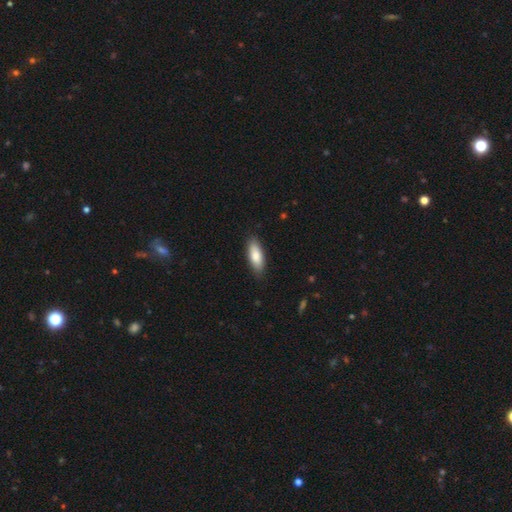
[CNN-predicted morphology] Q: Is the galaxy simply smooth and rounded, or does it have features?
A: smooth — 84%.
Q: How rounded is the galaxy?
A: in between — 70%.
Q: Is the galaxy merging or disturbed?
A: none — 87%.